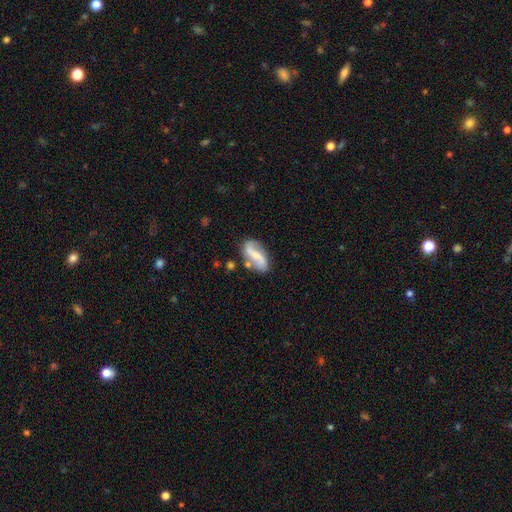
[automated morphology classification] Q: Smooth or featured?
A: featured or disk (75%); runner-up: smooth (19%)
Q: Edge-on disk?
A: no (96%); runner-up: yes (4%)
Q: Bar?
A: weak (38%); runner-up: no (32%)
Q: Spiral arms?
A: yes (92%); runner-up: no (8%)
Q: Spiral winding?
A: loose (72%); runner-up: medium (21%)
Q: Spiral arm count?
A: 2 (91%); runner-up: can't tell (3%)
Q: Bulge size?
A: small (52%); runner-up: moderate (29%)
Q: Merging?
A: none (73%); runner-up: minor disturbance (16%)